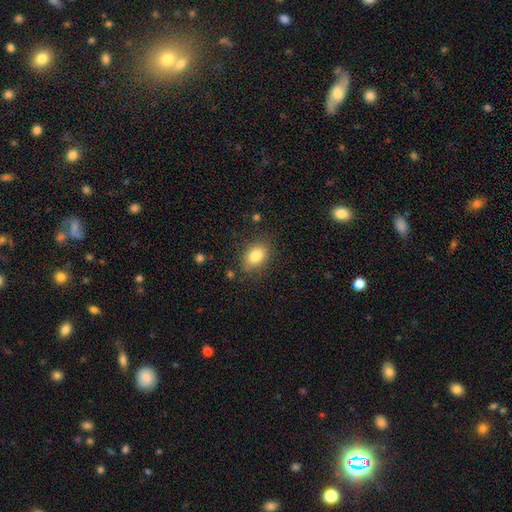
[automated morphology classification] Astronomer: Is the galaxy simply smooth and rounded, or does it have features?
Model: smooth — 83%.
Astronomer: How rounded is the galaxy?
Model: in between — 81%.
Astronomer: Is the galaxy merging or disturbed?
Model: none — 80%.